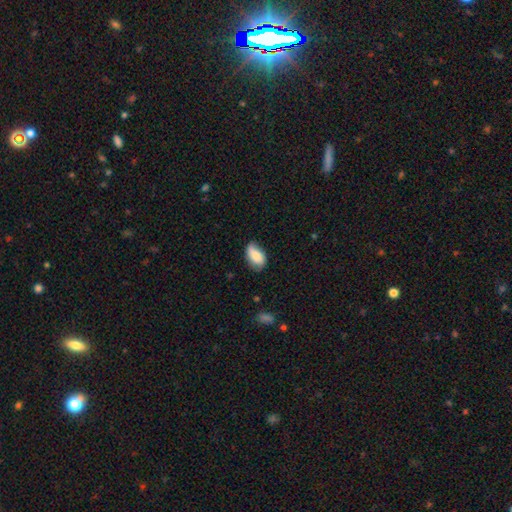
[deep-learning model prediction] A smooth galaxy with no disk features (78%) that is in between round and cigar-shaped (92%). Merging: none (61%).